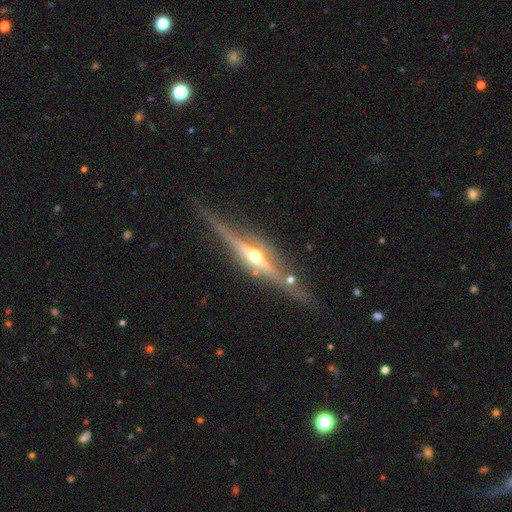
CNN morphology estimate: A featured or disk galaxy (85%) viewed edge-on (96%) with a rounded central bulge (92%). Merging: none (79%).